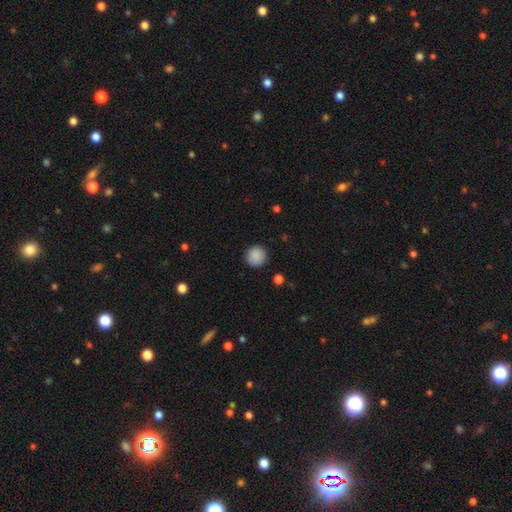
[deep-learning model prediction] A smooth galaxy with no disk features (89%) that is round (95%).

Vote fractions:
- Smooth or featured? smooth: 89% / star or artifact: 8% / featured or disk: 3%
- How rounded? round: 95% / in between: 4% / cigar-shaped: 1%
- Merging? none: 91% / minor disturbance: 6% / major disturbance: 2% / merger: 1%